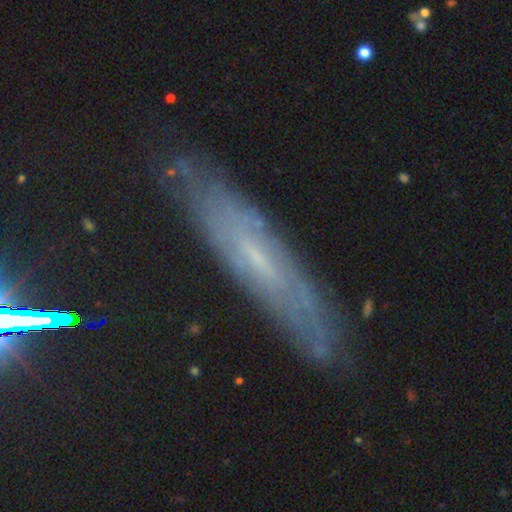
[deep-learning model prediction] Morphology: type=featured or disk (61%); edge-on=yes (53%); merging=none (81%).